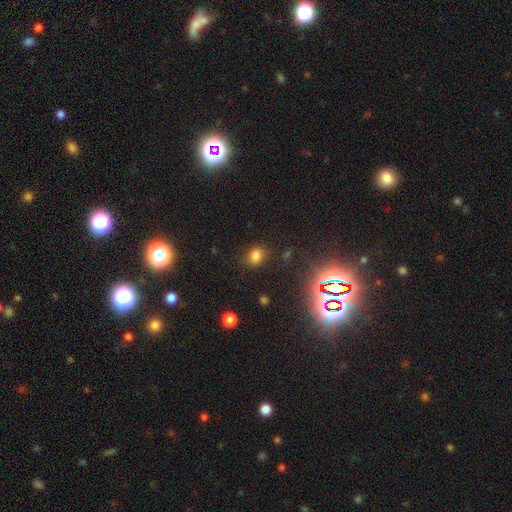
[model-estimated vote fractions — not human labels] This is likely a smooth galaxy (76%). How rounded: possibly in between (54%). Merging: likely none (79%).